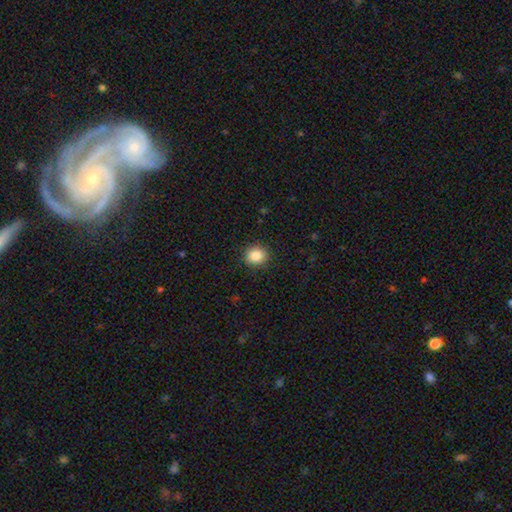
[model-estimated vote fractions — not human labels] Morphology: type=smooth (87%); roundness=round (80%); merging=none (90%).